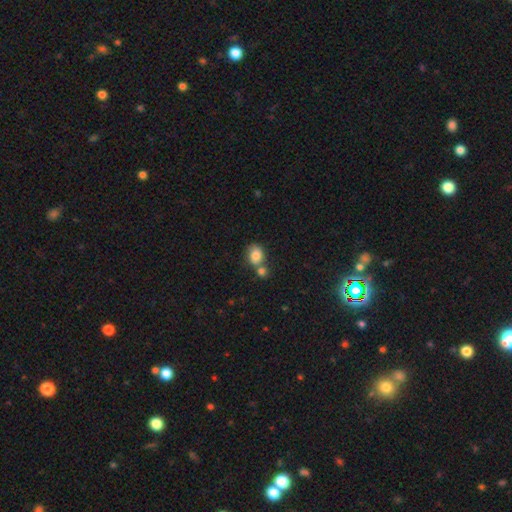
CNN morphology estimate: Overall: smooth (82%). How rounded: in between (55%; round 44%). Merging: none (42%; merger 38%).